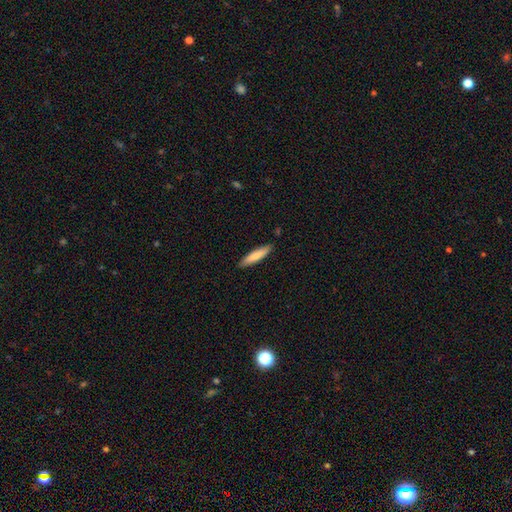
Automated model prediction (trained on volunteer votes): Smooth or featured? smooth (79%)
How rounded? cigar-shaped (84%)
Merging? none (88%)